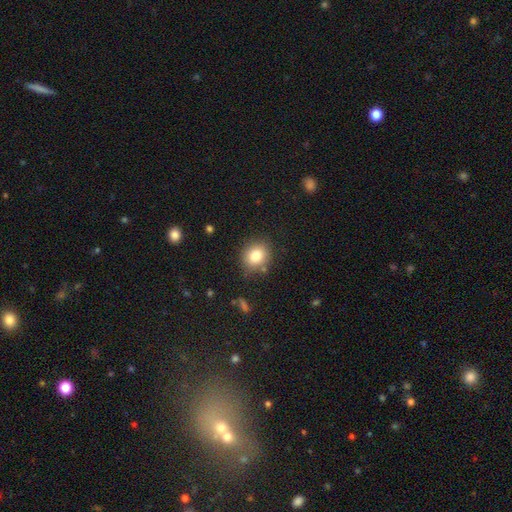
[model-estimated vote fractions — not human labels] Smooth or featured?
  - smooth: 81% *
  - star or artifact: 10%
  - featured or disk: 8%
How rounded?
  - round: 69% *
  - in between: 30%
  - cigar-shaped: 1%
Merging?
  - none: 82% *
  - minor disturbance: 12%
  - merger: 3%
  - major disturbance: 3%